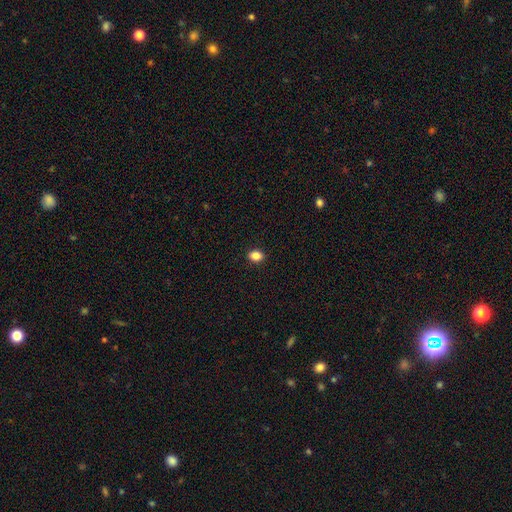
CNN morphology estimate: Smooth or featured: smooth — 86% (star or artifact — 10%)
How rounded: in between — 63% (round — 36%)
Merging: none — 91% (minor disturbance — 7%)